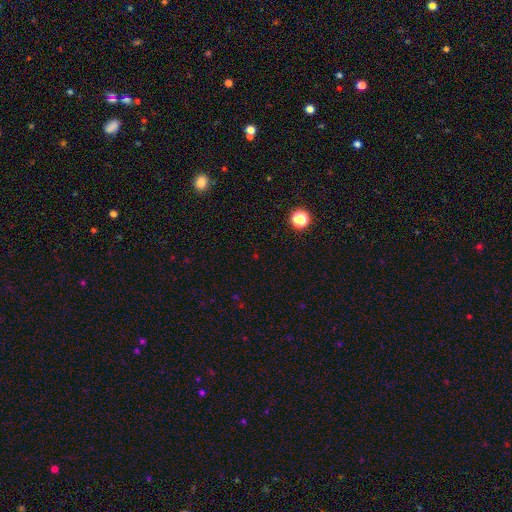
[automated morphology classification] Smooth or featured? star or artifact (62%)